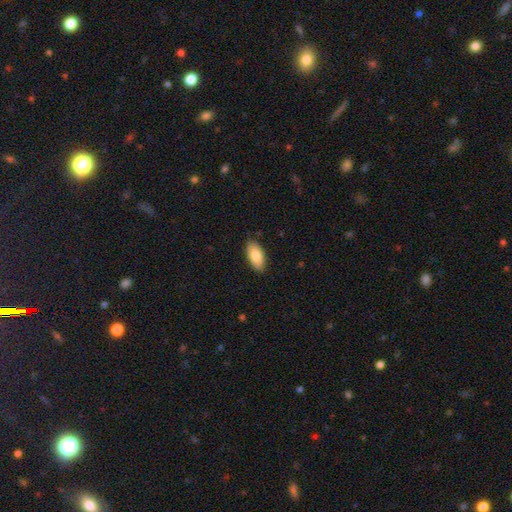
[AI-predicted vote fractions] A smooth galaxy with no disk features (83%) that is in between round and cigar-shaped (91%). Merging: none (84%).